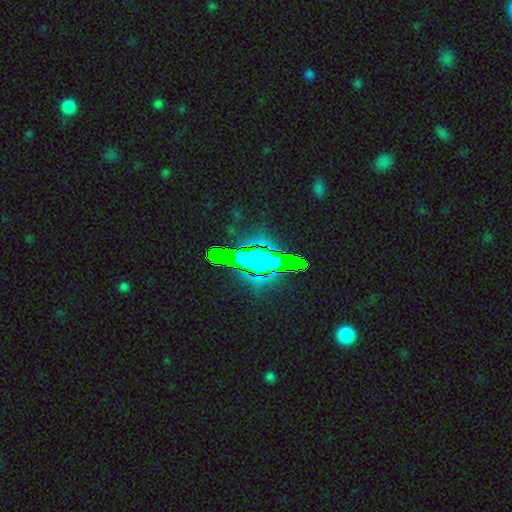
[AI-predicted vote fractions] smooth-or-featured: star or artifact: 66% | smooth: 18% | featured or disk: 16%